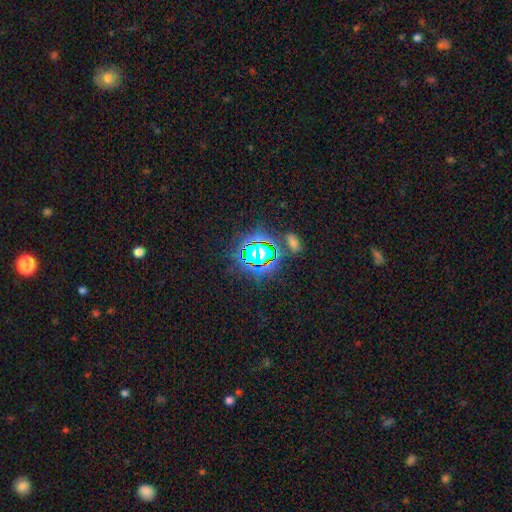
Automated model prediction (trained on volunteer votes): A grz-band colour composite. It shows a star or artifact, not a galaxy (73%).